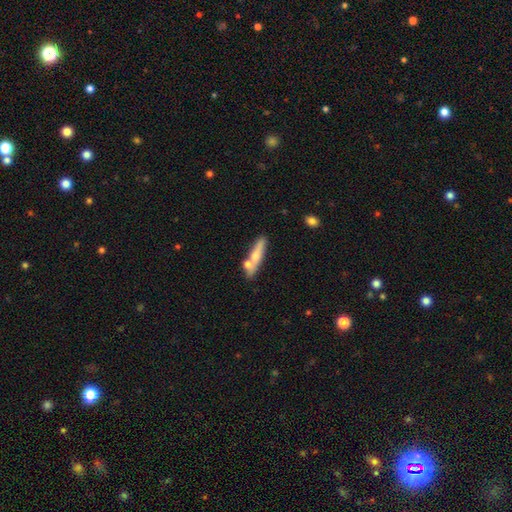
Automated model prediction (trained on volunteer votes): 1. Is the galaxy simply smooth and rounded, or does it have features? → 53% smooth, 40% featured or disk, 7% star or artifact.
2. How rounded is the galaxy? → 83% cigar-shaped, 14% in between, 3% round.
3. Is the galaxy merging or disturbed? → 64% none, 18% merger, 14% minor disturbance, 4% major disturbance.